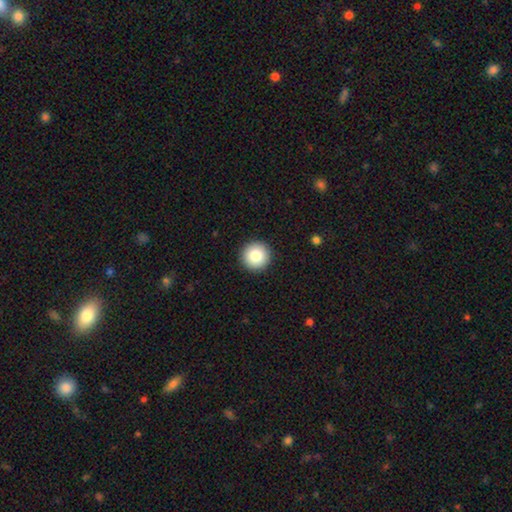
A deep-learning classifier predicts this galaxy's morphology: This is clearly a smooth galaxy (85%). How rounded: clearly round (96%). Merging: clearly none (93%).